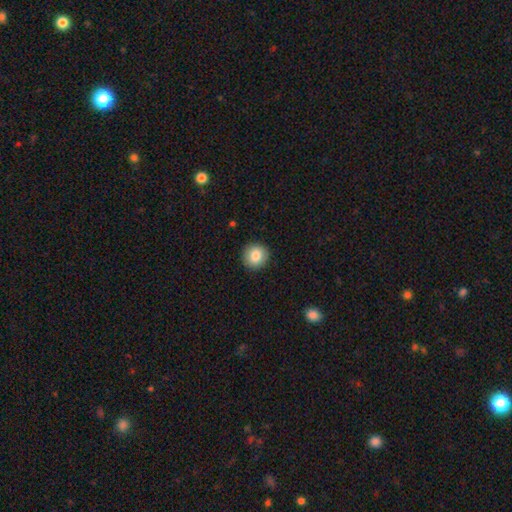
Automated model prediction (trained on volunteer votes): Smooth or featured: smooth — 84% (star or artifact — 8%)
How rounded: round — 93% (in between — 6%)
Merging: none — 91% (minor disturbance — 6%)